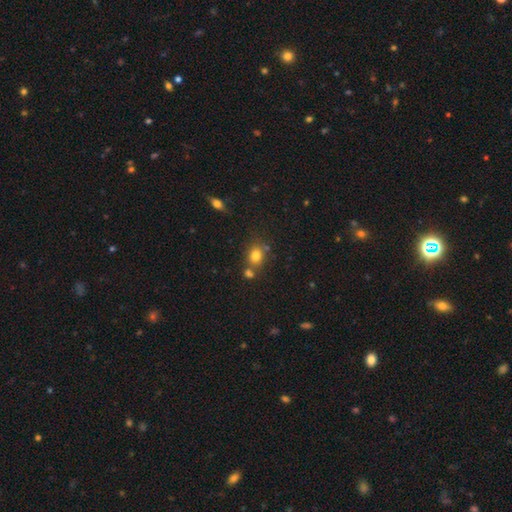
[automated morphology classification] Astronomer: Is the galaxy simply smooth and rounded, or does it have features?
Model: smooth — 79%.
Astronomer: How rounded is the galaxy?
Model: round — 59% (runner-up: in between, 40%).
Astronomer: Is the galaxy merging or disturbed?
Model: none — 61%.